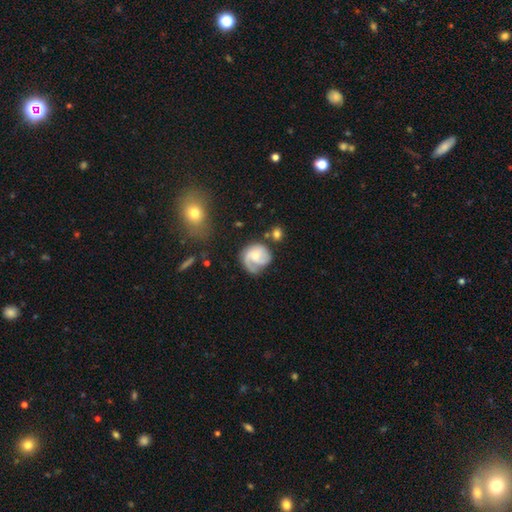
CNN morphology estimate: Smooth or featured? featured or disk (70%)
Edge-on disk? no (98%)
Bar? no (64%)
Spiral arms? yes (92%)
Spiral winding? tight (44%)
Spiral arm count? 1 (50%)
Bulge size? moderate (47%)
Merging? none (55%)